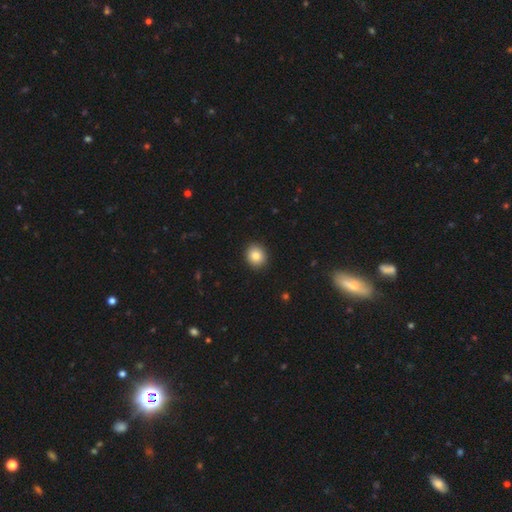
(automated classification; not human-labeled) Smooth or featured? Predicted: smooth (p=0.84). How rounded? Predicted: round (p=0.77). Merging? Predicted: none (p=0.91).